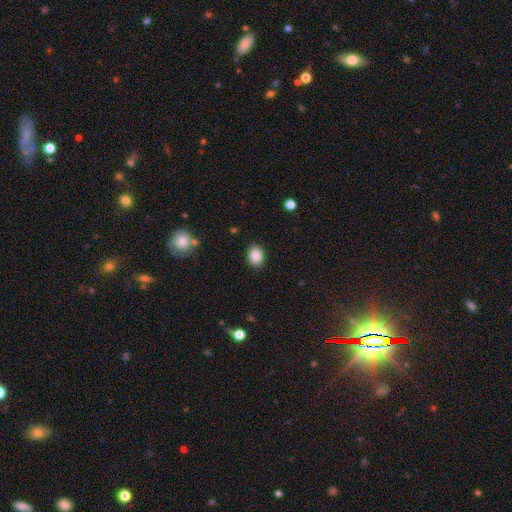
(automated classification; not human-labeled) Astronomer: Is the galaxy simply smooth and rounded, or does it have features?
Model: smooth — 87%.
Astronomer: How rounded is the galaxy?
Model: in between — 66%.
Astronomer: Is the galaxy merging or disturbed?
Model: none — 89%.